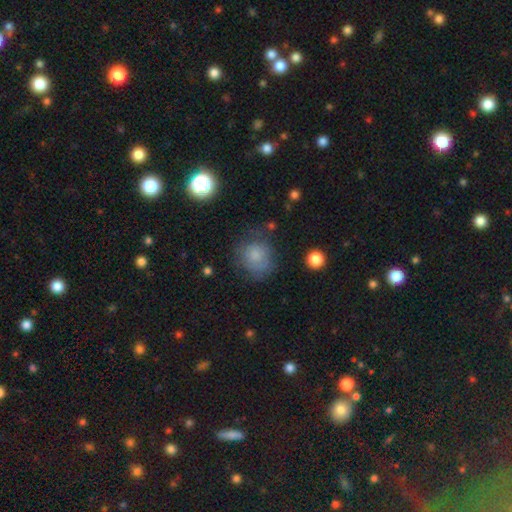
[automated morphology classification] smooth-or-featured: smooth: 74% | featured or disk: 14% | star or artifact: 11%
  how-rounded: round: 82% | in between: 17% | cigar-shaped: 1%
  merging: none: 59% | minor disturbance: 24% | major disturbance: 14% | merger: 3%